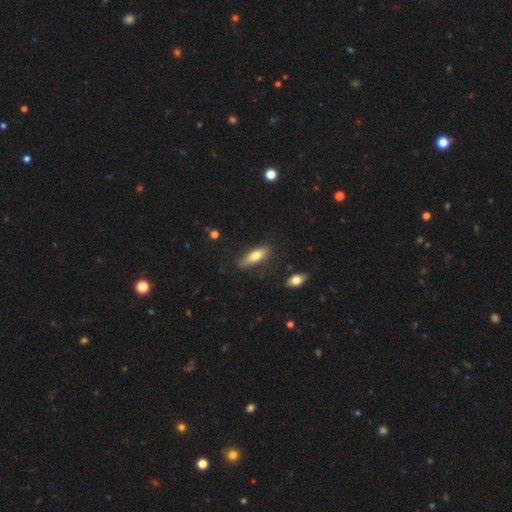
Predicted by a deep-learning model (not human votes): This is likely a smooth galaxy (72%). How rounded: possibly in between (53%). Merging: likely none (78%).